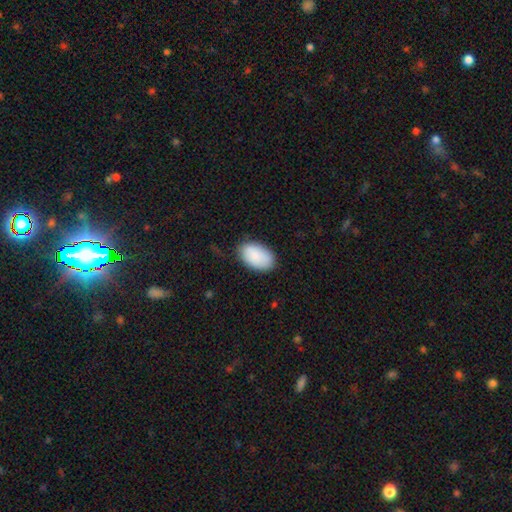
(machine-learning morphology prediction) Overall: smooth (88%). How rounded: in between (93%). Merging: none (81%).